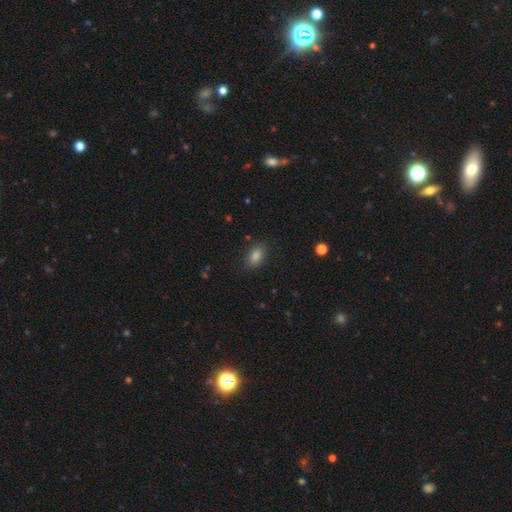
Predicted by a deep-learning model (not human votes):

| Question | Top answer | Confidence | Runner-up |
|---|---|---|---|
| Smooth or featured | smooth | 82% | star or artifact (12%) |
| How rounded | in between | 85% | round (12%) |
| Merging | none | 85% | minor disturbance (11%) |